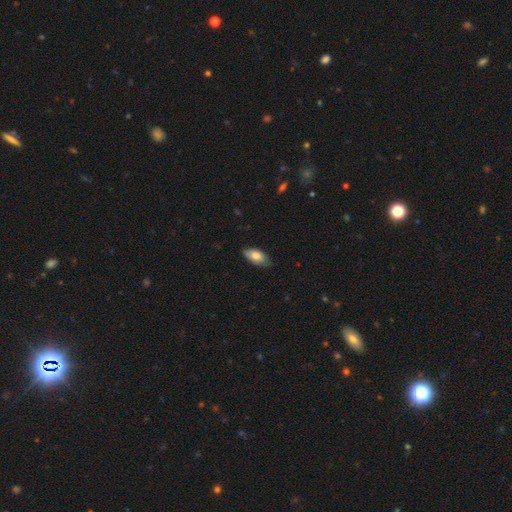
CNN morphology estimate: type=smooth (78%); roundness=in between (91%); merging=none (78%).